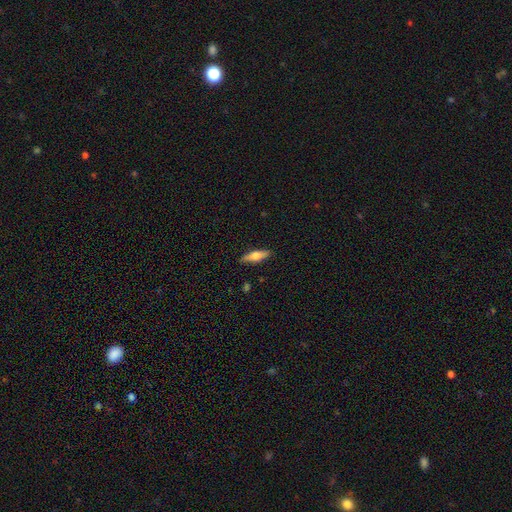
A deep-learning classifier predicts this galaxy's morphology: smooth-or-featured: smooth: 55% | featured or disk: 39% | star or artifact: 6%
  how-rounded: cigar-shaped: 56% | in between: 41% | round: 2%
  merging: none: 88% | minor disturbance: 9% | major disturbance: 2% | merger: 1%